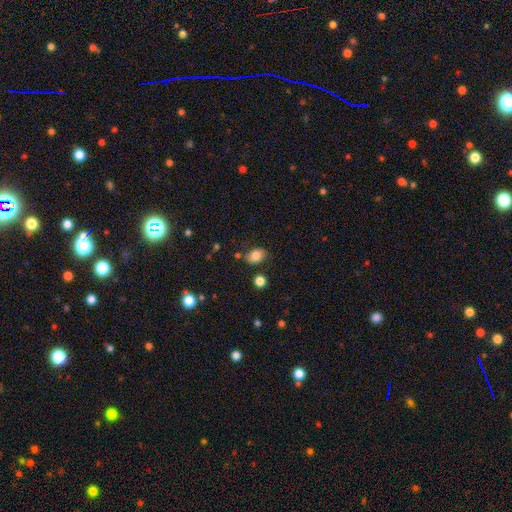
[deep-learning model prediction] Smooth or featured: smooth — 82% (star or artifact — 10%)
How rounded: in between — 65% (round — 34%)
Merging: none — 77% (minor disturbance — 15%)